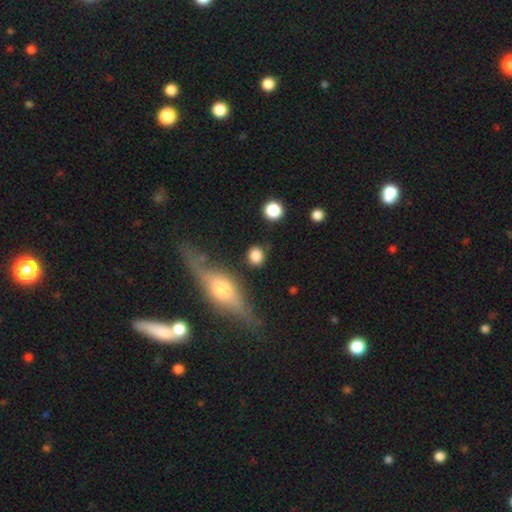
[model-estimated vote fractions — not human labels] The model was most divided on "how rounded": round: 78%, in between: 20%, cigar-shaped: 3%. More confident: smooth or featured — smooth (84%); merging — none (81%).